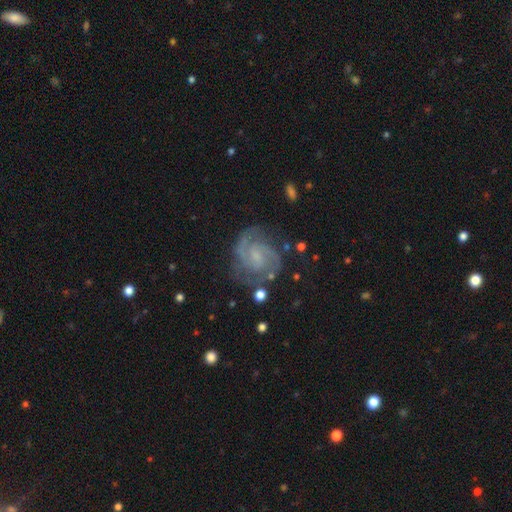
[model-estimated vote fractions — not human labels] Smooth or featured: featured or disk — 87% (smooth — 7%)
Edge-on disk: no — 98% (yes — 2%)
Bar: weak — 48% (no — 42%)
Spiral arms: yes — 98% (no — 2%)
Spiral winding: medium — 49% (tight — 41%)
Spiral arm count: 2 — 80% (3 — 8%)
Bulge size: small — 54% (none — 26%)
Merging: none — 75% (minor disturbance — 16%)